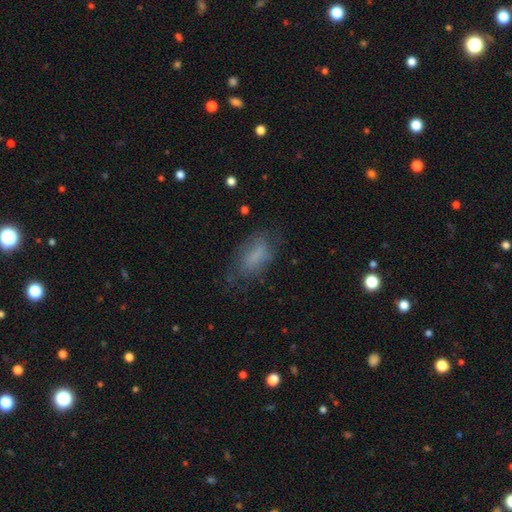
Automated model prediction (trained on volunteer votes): smooth 65%, featured or disk 25%, star or artifact 11%. Down the decision tree: how rounded — in between (88%); merging — none (58%).